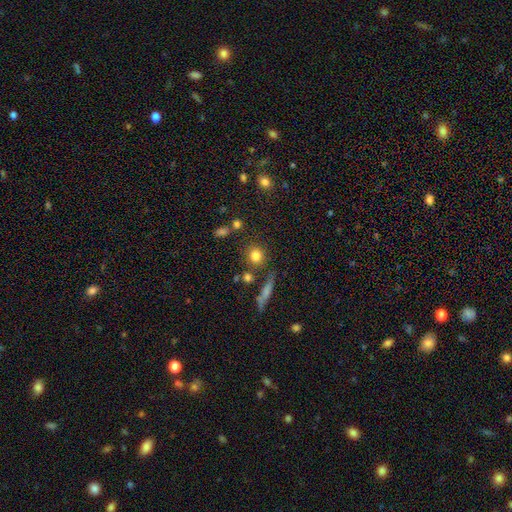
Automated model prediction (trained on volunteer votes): smooth_or_featured: smooth (p=0.80) [alt: star or artifact p=0.12]
how_rounded: round (p=0.82) [alt: in between p=0.15]
merging: none (p=0.77) [alt: minor disturbance p=0.10]